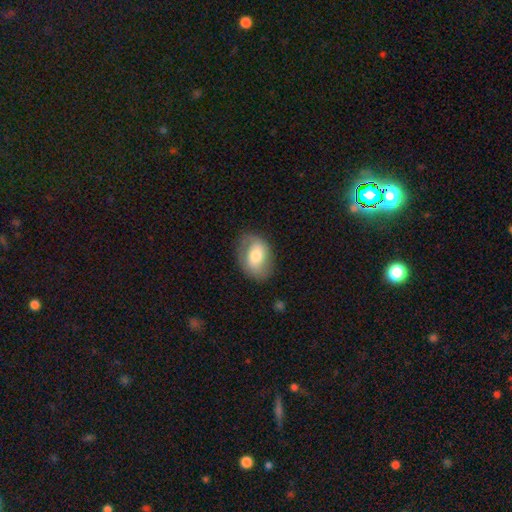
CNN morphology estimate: smooth 59%, featured or disk 34%, star or artifact 7%. Down the decision tree: how rounded — in between (77%); merging — none (75%).